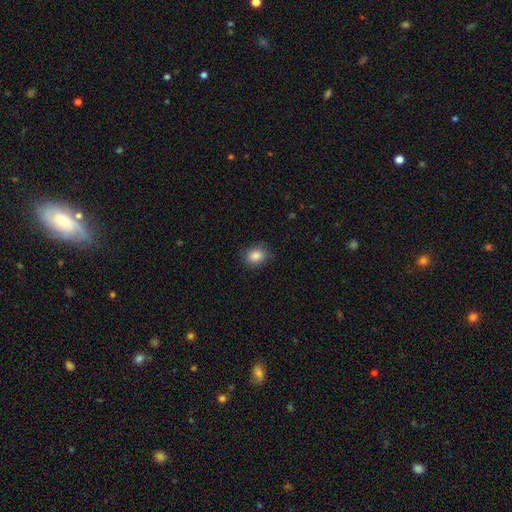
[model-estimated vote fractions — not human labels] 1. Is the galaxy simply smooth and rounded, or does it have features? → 86% smooth, 9% star or artifact, 5% featured or disk.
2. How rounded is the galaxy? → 54% in between, 45% round, 1% cigar-shaped.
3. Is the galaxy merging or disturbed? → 81% none, 15% minor disturbance, 3% major disturbance, 1% merger.